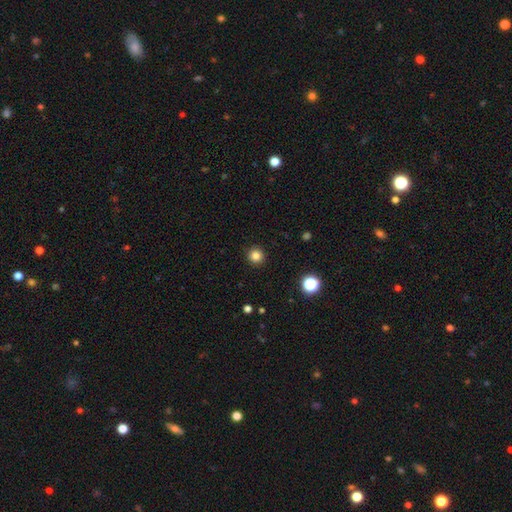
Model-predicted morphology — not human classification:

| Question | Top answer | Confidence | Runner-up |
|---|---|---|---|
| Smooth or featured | smooth | 83% | star or artifact (13%) |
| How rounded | round | 95% | in between (4%) |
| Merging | none | 93% | minor disturbance (5%) |